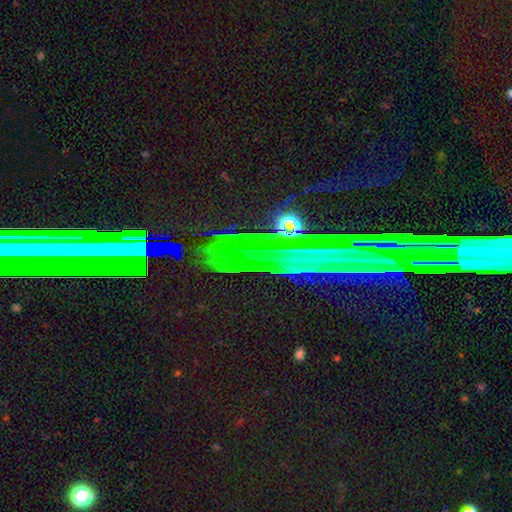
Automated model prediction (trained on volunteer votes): Q: Smooth or featured?
A: star or artifact (79%); runner-up: featured or disk (12%)